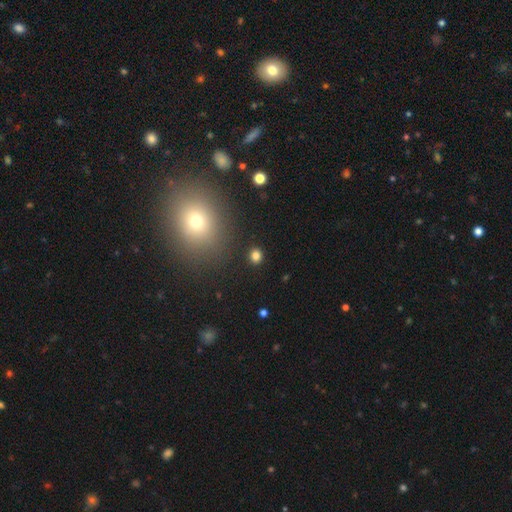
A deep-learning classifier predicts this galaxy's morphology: Smooth or featured? Predicted: smooth (p=0.81). How rounded? Predicted: round (p=0.76). Merging? Predicted: none (p=0.90).